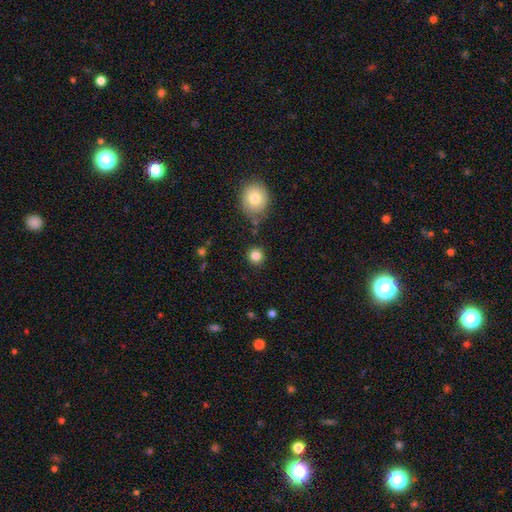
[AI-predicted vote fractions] This is clearly a smooth galaxy (84%). How rounded: clearly round (92%). Merging: clearly none (87%).